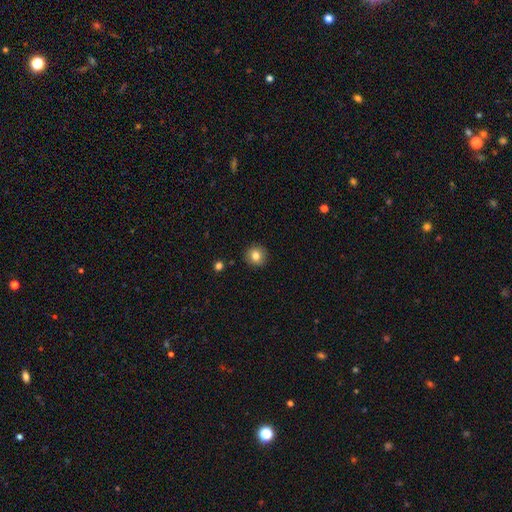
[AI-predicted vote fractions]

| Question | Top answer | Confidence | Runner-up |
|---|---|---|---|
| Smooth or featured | smooth | 82% | star or artifact (10%) |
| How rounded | round | 93% | in between (6%) |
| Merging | none | 91% | minor disturbance (6%) |